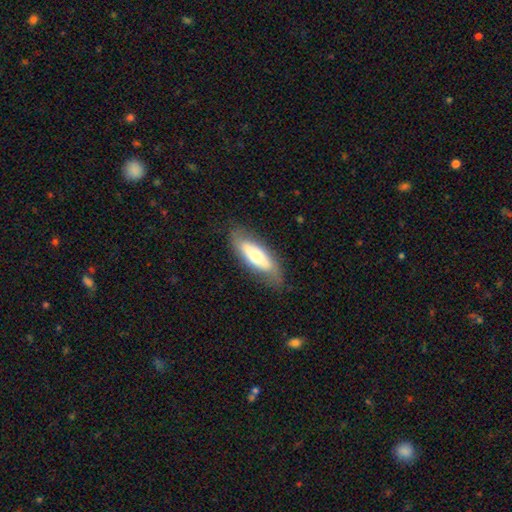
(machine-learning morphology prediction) smooth-or-featured: smooth: 55% | featured or disk: 39% | star or artifact: 6%
  how-rounded: in between: 63% | cigar-shaped: 35% | round: 2%
  merging: none: 78% | minor disturbance: 16% | major disturbance: 5% | merger: 1%